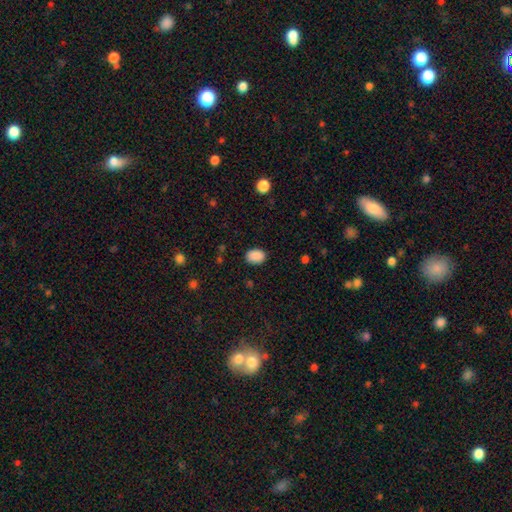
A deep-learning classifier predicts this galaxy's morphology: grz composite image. It shows a smooth galaxy with no disk features (89%) that is in between round and cigar-shaped (77%). Merging: none (85%).